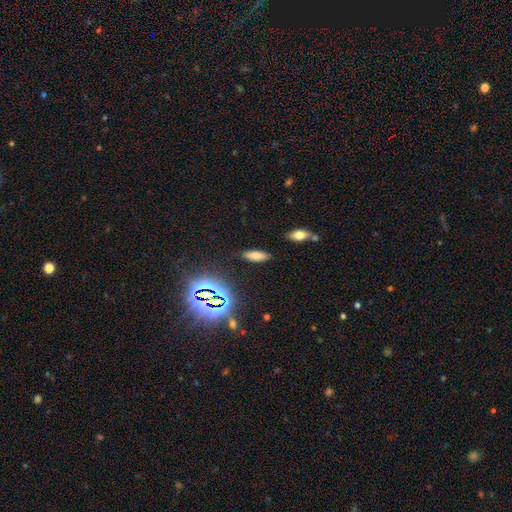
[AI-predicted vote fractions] smooth_or_featured: smooth (p=0.70) [alt: star or artifact p=0.18]
how_rounded: in between (p=0.66) [alt: cigar-shaped p=0.31]
merging: none (p=0.86) [alt: minor disturbance p=0.09]